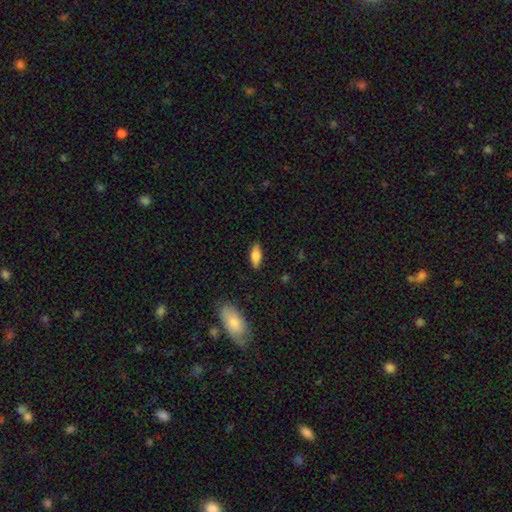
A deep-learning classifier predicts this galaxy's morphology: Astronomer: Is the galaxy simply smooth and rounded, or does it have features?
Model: smooth — 74%.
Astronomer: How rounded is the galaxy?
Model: in between — 74%.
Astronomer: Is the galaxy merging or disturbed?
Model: none — 86%.